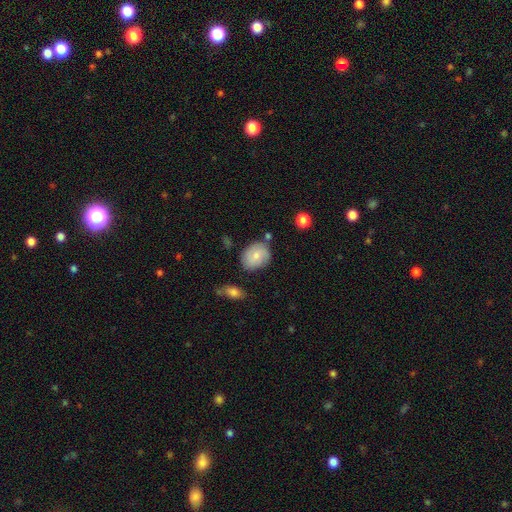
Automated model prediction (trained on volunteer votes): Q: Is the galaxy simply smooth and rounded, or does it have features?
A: smooth — 71%.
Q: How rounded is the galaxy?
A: in between — 54%.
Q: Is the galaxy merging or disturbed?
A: none — 70%.